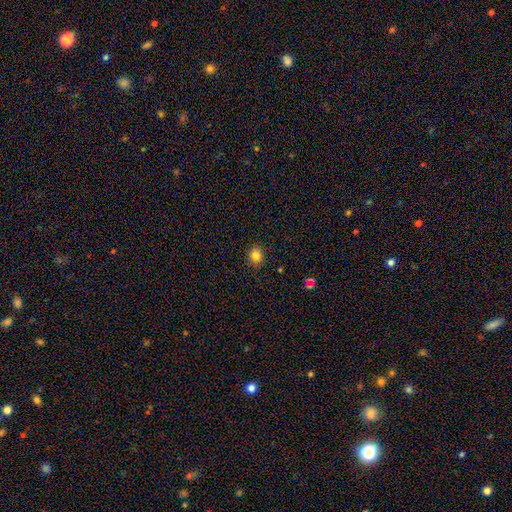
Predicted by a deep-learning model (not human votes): This is clearly a smooth galaxy (83%). How rounded: clearly round (82%). Merging: clearly none (90%).